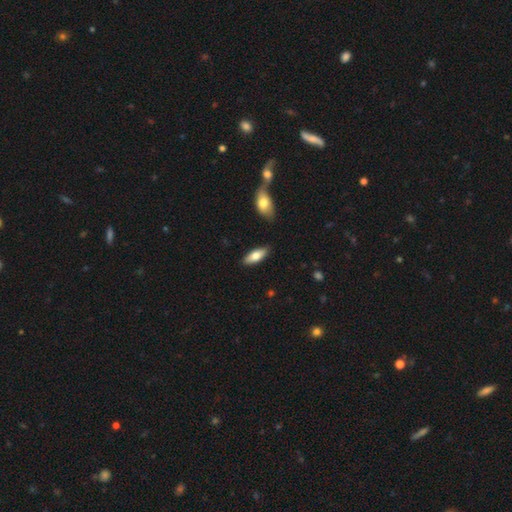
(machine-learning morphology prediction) Q: Smooth or featured?
A: smooth (75%); runner-up: featured or disk (20%)
Q: How rounded?
A: in between (74%); runner-up: cigar-shaped (24%)
Q: Merging?
A: none (84%); runner-up: minor disturbance (11%)